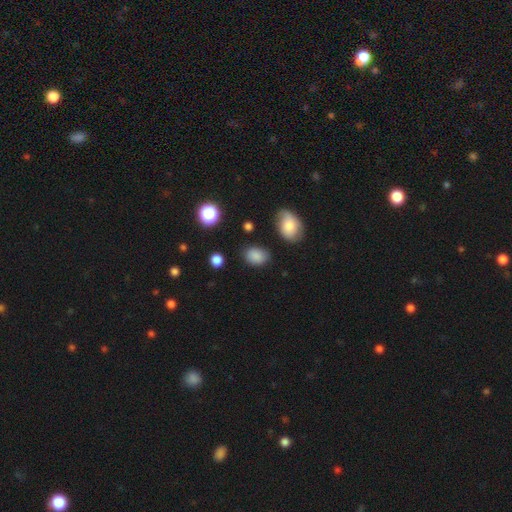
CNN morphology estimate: The model was most divided on "how rounded": in between: 72%, round: 26%, cigar-shaped: 1%. More confident: smooth or featured — smooth (84%); merging — none (77%).